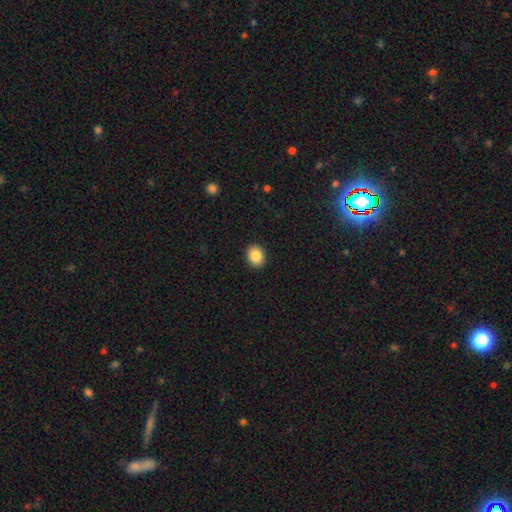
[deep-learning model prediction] Q: Smooth or featured?
A: smooth (86%); runner-up: star or artifact (8%)
Q: How rounded?
A: round (56%); runner-up: in between (43%)
Q: Merging?
A: none (92%); runner-up: minor disturbance (5%)